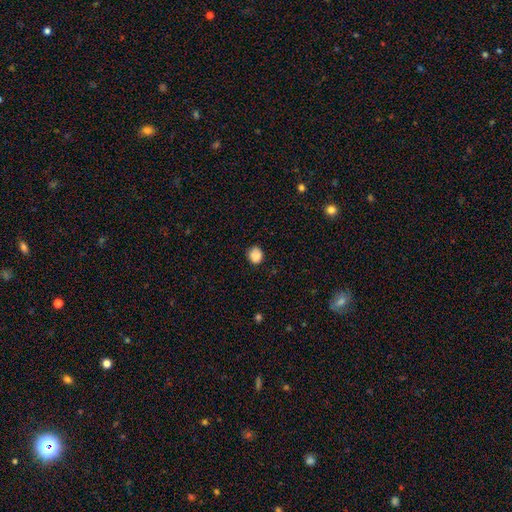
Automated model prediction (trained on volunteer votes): Smooth or featured: smooth — 87% (star or artifact — 9%)
How rounded: round — 75% (in between — 24%)
Merging: none — 79% (minor disturbance — 16%)